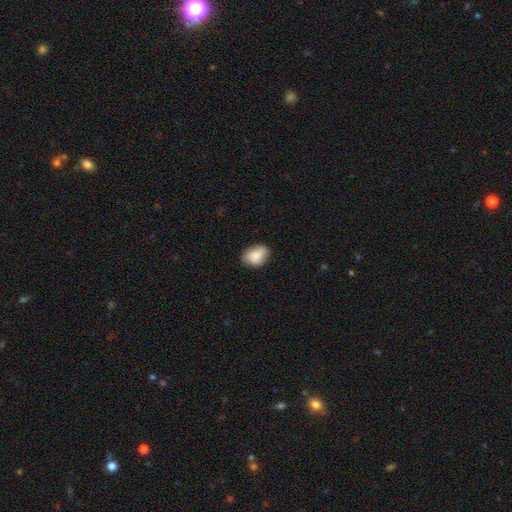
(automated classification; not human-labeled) smooth-or-featured: smooth: 79% | featured or disk: 14% | star or artifact: 7%
  how-rounded: in between: 74% | round: 25% | cigar-shaped: 1%
  merging: none: 72% | minor disturbance: 22% | major disturbance: 4% | merger: 1%